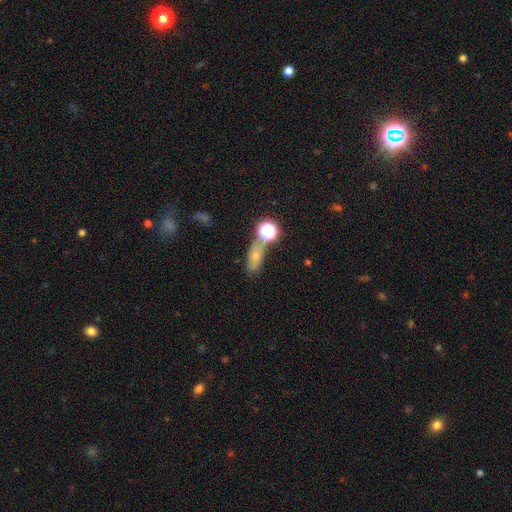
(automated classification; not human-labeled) This is likely a smooth galaxy (63%). How rounded: likely in between (68%). Merging: possibly none (59%).